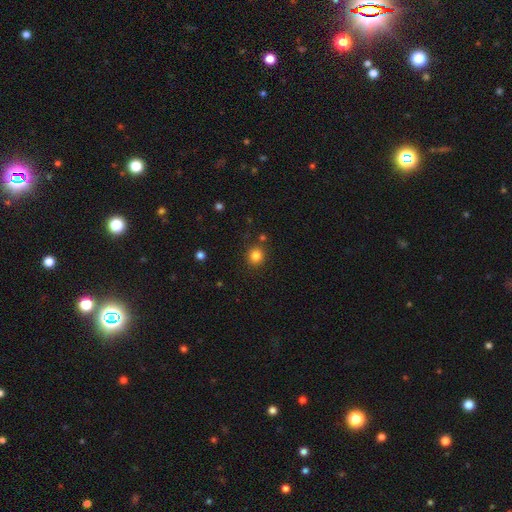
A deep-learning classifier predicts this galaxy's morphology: Smooth or featured? Predicted: smooth (p=0.83). How rounded? Predicted: round (p=0.88). Merging? Predicted: none (p=0.85).